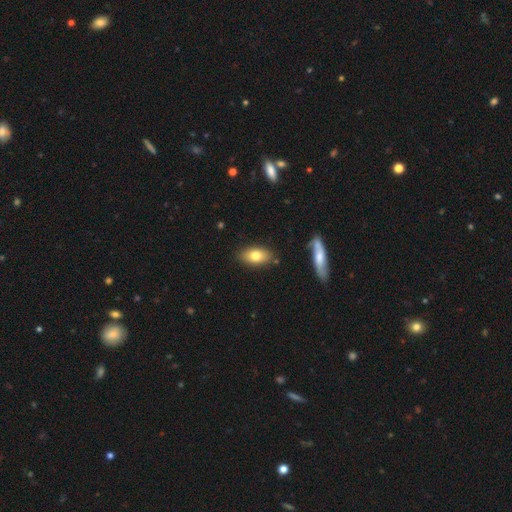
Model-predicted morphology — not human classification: Smooth or featured? Predicted: smooth (p=0.77). How rounded? Predicted: in between (p=0.88). Merging? Predicted: none (p=0.82).